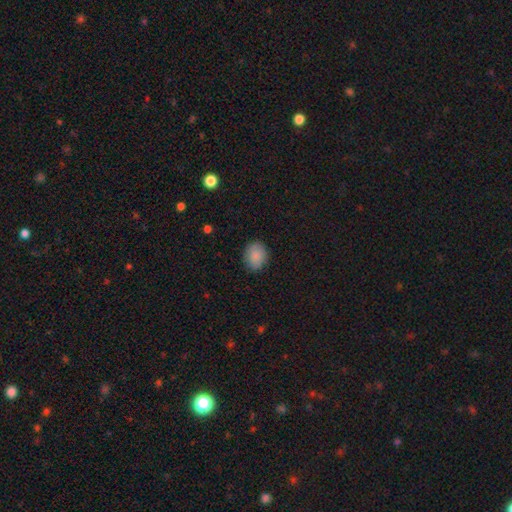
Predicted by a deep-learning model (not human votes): The model was most divided on "how rounded": round: 52%, in between: 47%, cigar-shaped: 1%. More confident: smooth or featured — smooth (88%); merging — none (84%).